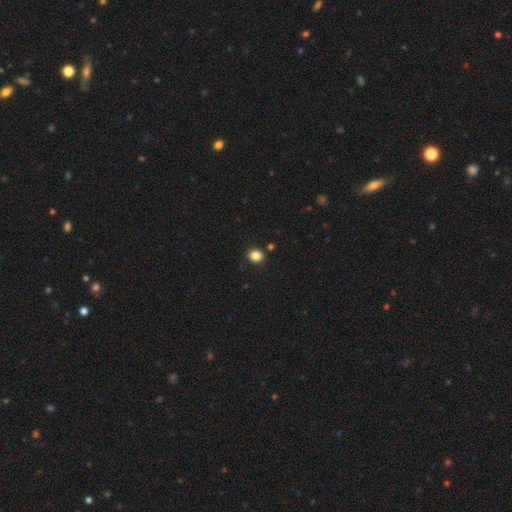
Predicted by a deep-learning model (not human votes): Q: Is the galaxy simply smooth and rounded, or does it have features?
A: smooth — 85%.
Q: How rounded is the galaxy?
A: round — 63%.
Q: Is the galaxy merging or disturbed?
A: none — 88%.